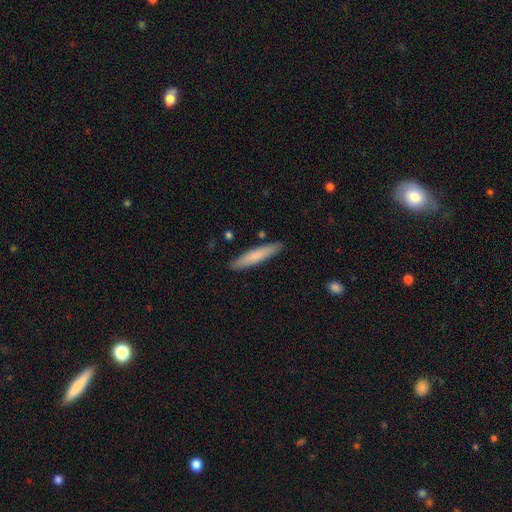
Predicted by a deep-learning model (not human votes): Smooth or featured? Predicted: smooth (p=0.71). How rounded? Predicted: cigar-shaped (p=0.88). Merging? Predicted: none (p=0.88).